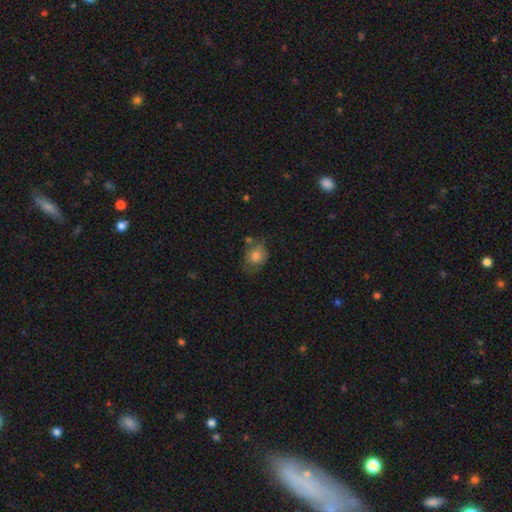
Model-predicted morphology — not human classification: A smooth galaxy with no disk features (74%) that is round (52%). Merging: none (54%).